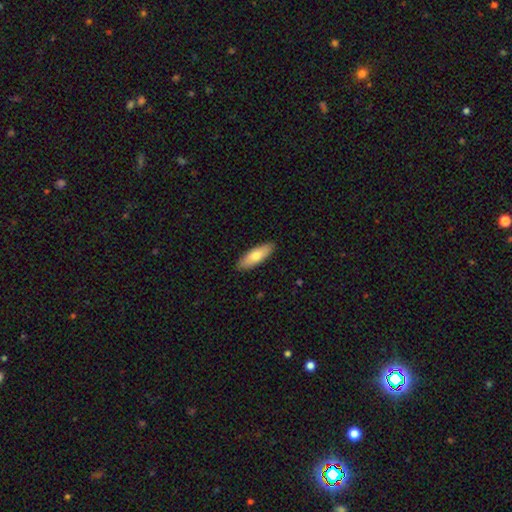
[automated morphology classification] A smooth galaxy with no disk features (72%) that is in between round and cigar-shaped (63%).

Vote fractions:
- Smooth or featured? smooth: 72% / featured or disk: 22% / star or artifact: 5%
- How rounded? in between: 63% / cigar-shaped: 35% / round: 2%
- Merging? none: 90% / minor disturbance: 8% / major disturbance: 2% / merger: 1%